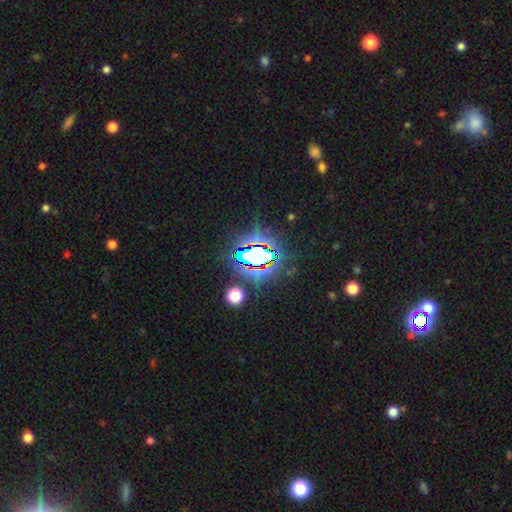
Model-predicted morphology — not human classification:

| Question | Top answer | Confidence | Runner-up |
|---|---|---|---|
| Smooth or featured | star or artifact | 70% | smooth (18%) |